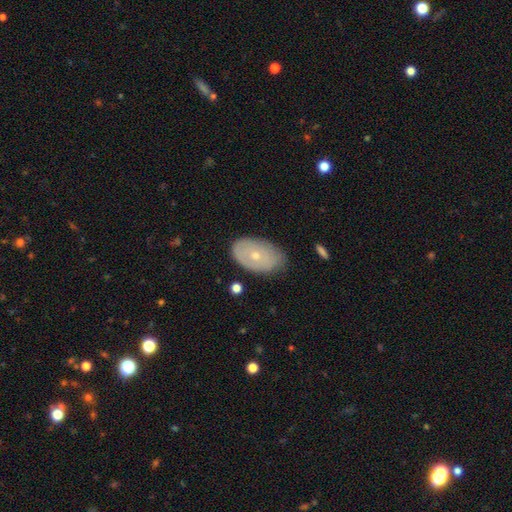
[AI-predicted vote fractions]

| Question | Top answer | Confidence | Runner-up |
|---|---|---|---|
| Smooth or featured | smooth | 51% | featured or disk (42%) |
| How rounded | in between | 90% | round (8%) |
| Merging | none | 73% | minor disturbance (21%) |